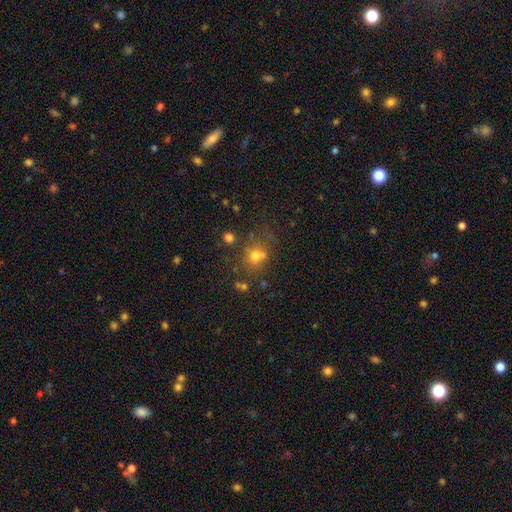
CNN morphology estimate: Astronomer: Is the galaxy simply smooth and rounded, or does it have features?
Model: smooth — 69%.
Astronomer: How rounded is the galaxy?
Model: round — 78%.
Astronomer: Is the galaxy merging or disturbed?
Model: none — 61%.